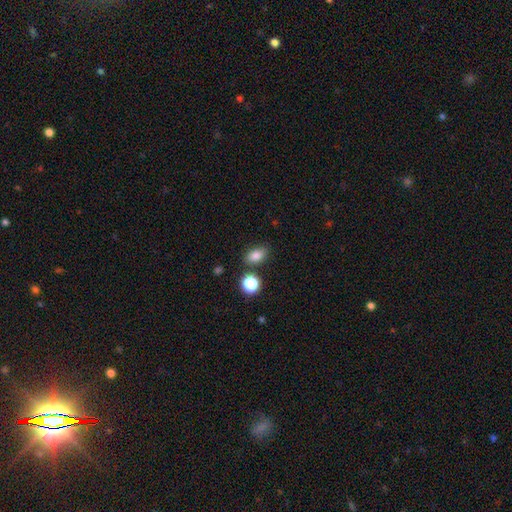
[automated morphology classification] Smooth or featured? smooth (82%)
How rounded? in between (81%)
Merging? none (79%)